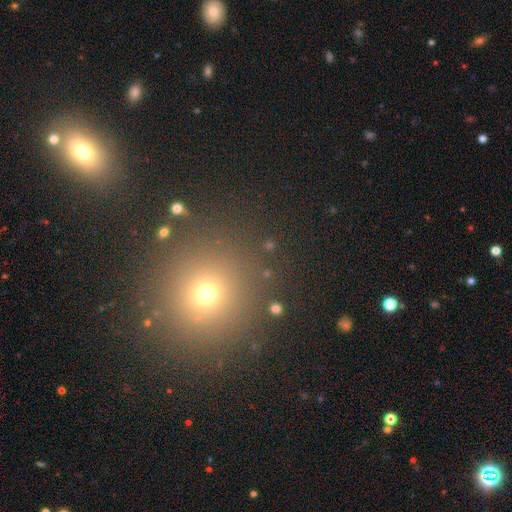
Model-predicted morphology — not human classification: Smooth or featured? smooth (59%)
How rounded? round (89%)
Merging? none (87%)